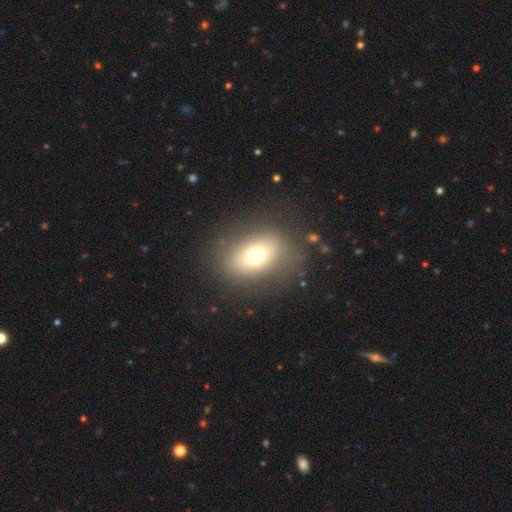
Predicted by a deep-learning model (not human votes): Morphology: type=smooth (69%); roundness=in between (70%); merging=none (78%).